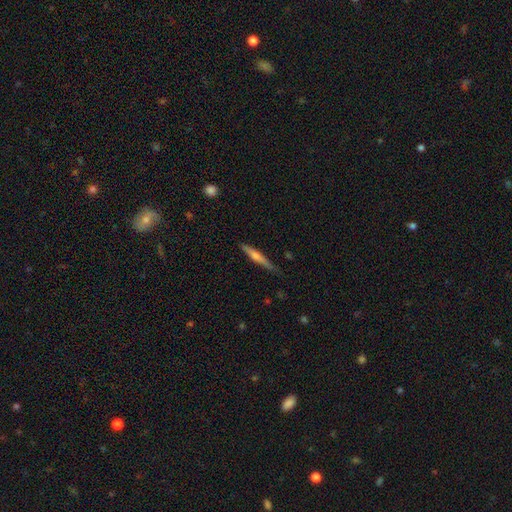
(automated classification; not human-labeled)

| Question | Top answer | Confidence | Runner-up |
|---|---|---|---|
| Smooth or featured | featured or disk | 52% | smooth (42%) |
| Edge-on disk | yes | 96% | no (4%) |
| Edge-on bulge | rounded | 75% | none (17%) |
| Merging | none | 81% | minor disturbance (15%) |